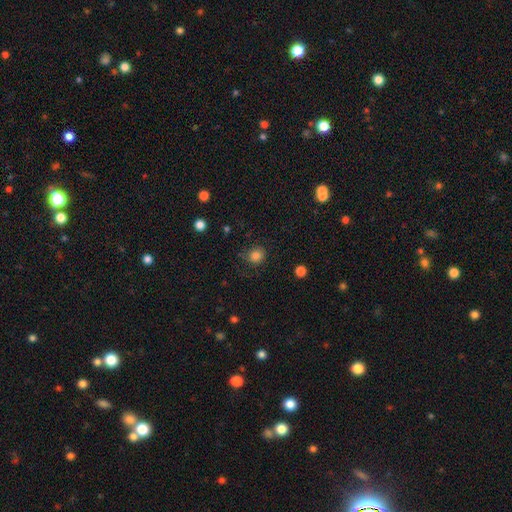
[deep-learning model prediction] This is clearly a smooth galaxy (82%). How rounded: clearly round (83%). Merging: likely none (75%).